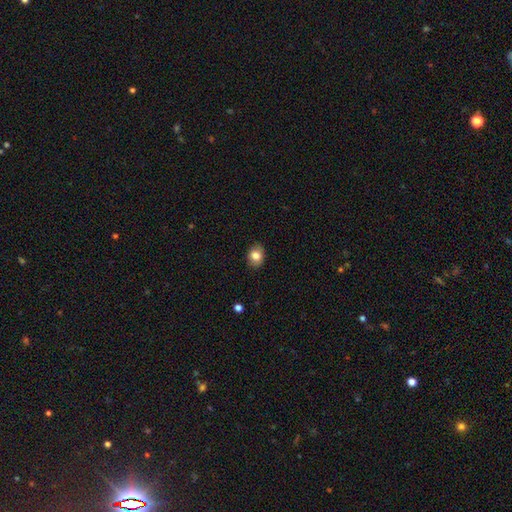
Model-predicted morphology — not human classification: This appears to be a smooth galaxy with no disk features (81%) that is in between round and cigar-shaped (66%). Merging: none (86%).